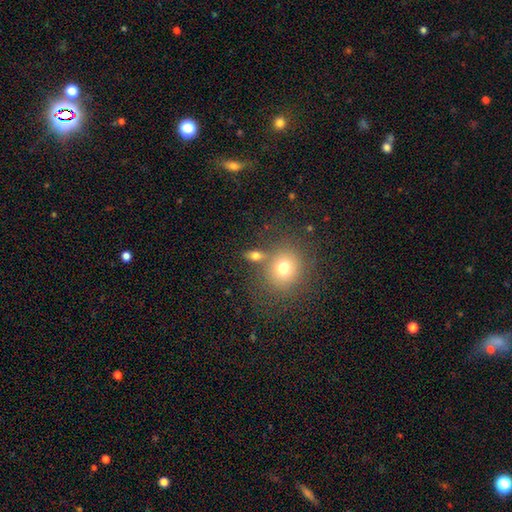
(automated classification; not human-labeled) This is likely a smooth galaxy (71%). How rounded: possibly in between (58%). Merging: likely none (62%).